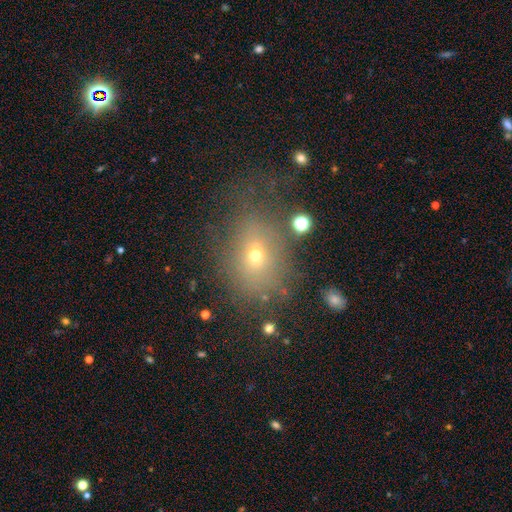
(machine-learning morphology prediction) type=smooth (58%); roundness=in between (56%); merging=none (64%).